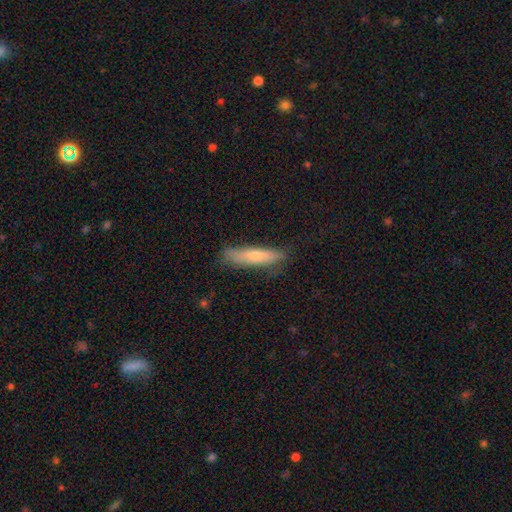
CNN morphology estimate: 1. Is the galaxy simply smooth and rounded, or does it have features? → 70% smooth, 24% featured or disk, 6% star or artifact.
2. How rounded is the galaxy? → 83% cigar-shaped, 16% in between, 2% round.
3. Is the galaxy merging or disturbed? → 76% none, 19% minor disturbance, 4% major disturbance, 2% merger.